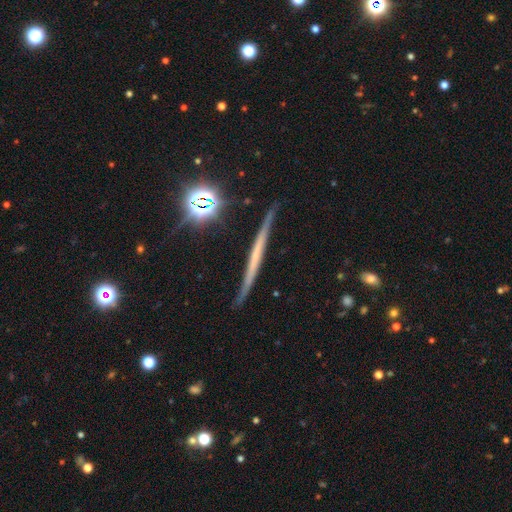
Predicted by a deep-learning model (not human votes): Smooth or featured? featured or disk (59%)
Edge-on disk? yes (96%)
Edge-on bulge? none (86%)
Merging? none (85%)